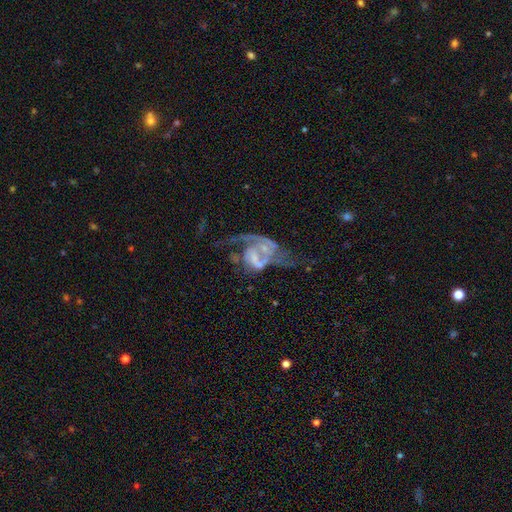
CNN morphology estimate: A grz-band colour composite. It shows a featured or disk galaxy (82%) with no bar (56%), 2 (68%) loose (44%) spiral arms (85%) and a small central bulge (48%). Merging: major disturbance (35%).